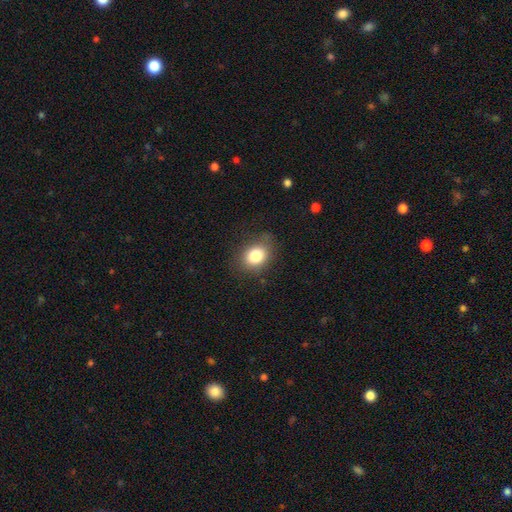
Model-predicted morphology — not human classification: smooth_or_featured: smooth (p=0.82) [alt: star or artifact p=0.10]
how_rounded: round (p=0.52) [alt: in between p=0.48]
merging: none (p=0.79) [alt: minor disturbance p=0.16]